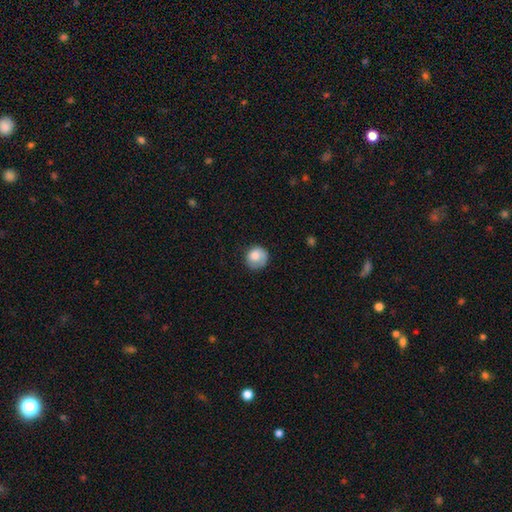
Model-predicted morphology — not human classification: Smooth or featured? smooth (80%)
How rounded? round (87%)
Merging? none (66%)